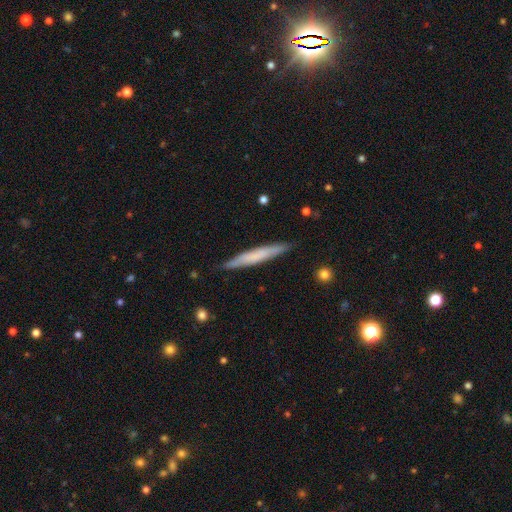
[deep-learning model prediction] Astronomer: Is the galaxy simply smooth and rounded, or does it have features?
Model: smooth — 56% (runner-up: featured or disk, 38%).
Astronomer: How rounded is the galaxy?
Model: cigar-shaped — 95%.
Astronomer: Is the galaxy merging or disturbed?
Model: none — 87%.